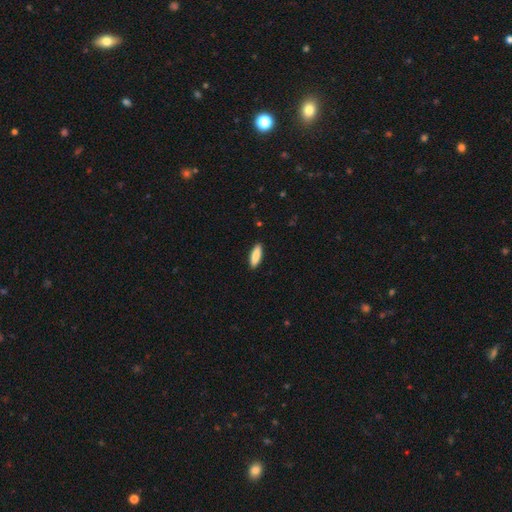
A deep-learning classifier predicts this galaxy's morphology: This appears to be a smooth galaxy with no disk features (87%) that is cigar-shaped (54%). Merging: none (90%).